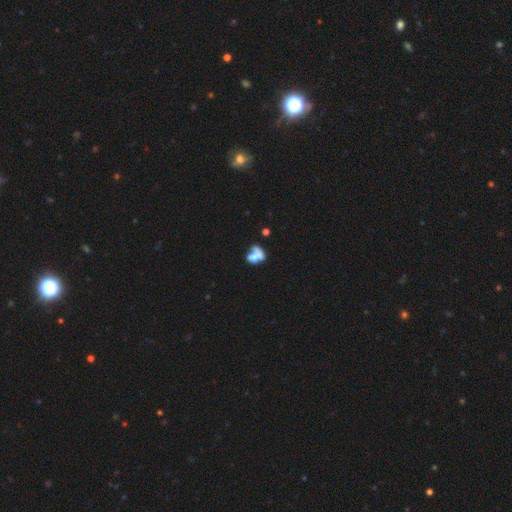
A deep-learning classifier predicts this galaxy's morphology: Overall: smooth (54%; featured or disk 35%). How rounded: in between (69%). Merging: merger (55%; none 20%).